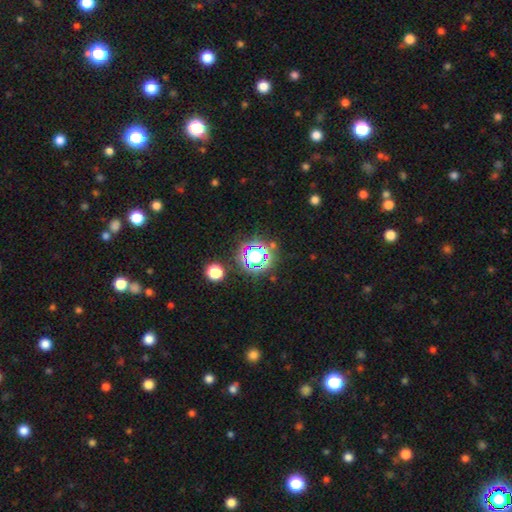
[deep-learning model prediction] A star or artifact, not a galaxy (61%).

Vote fractions:
- Smooth or featured? star or artifact: 61% / smooth: 28% / featured or disk: 11%